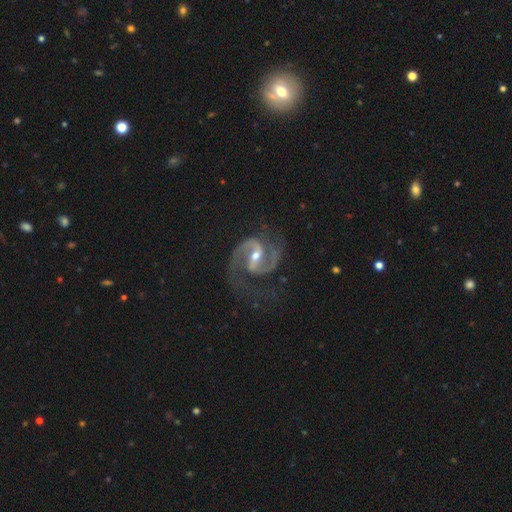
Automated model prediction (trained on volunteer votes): Smooth or featured?
  - featured or disk: 94% *
  - star or artifact: 4%
  - smooth: 2%
Edge-on disk?
  - no: 98% *
  - yes: 2%
Bar?
  - strong: 43% * (tied)
  - weak: 43% * (tied)
  - no: 14%
Spiral arms?
  - yes: 99% *
  - no: 1%
Spiral winding?
  - medium: 66% *
  - loose: 18%
  - tight: 16%
Spiral arm count?
  - 2: 94% *
  - 3: 1%
  - can't tell: 1%
  - 1: 1%
  - 4: 1%
  - more than 4: 1%
Bulge size?
  - moderate: 57% *
  - small: 38%
  - large: 2%
  - none: 1%
  - dominant: 1%
Merging?
  - none: 73% *
  - minor disturbance: 16%
  - major disturbance: 10%
  - merger: 2%